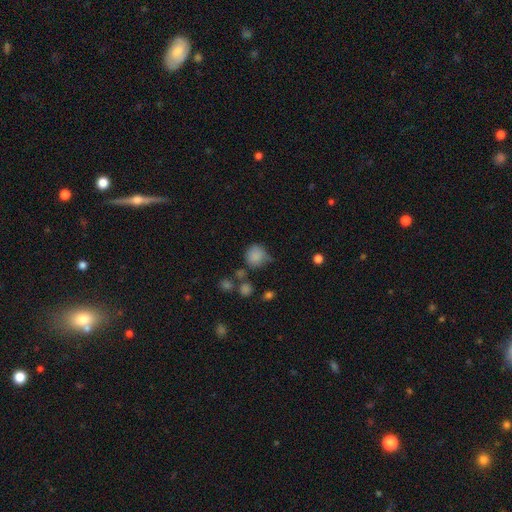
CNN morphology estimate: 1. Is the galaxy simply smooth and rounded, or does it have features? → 81% smooth, 11% star or artifact, 7% featured or disk.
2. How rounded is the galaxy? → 85% round, 14% in between, 1% cigar-shaped.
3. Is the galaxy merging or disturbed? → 57% none, 27% minor disturbance, 9% major disturbance, 8% merger.